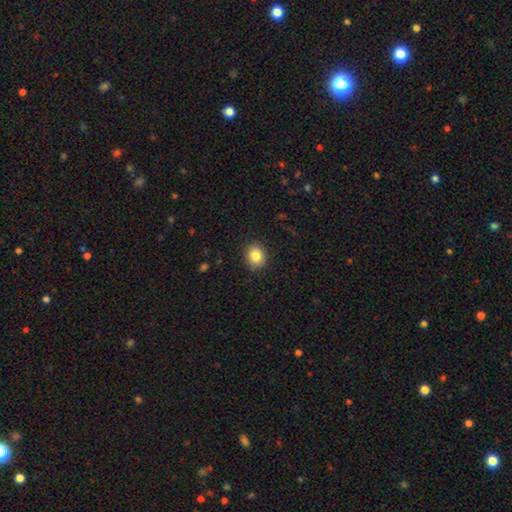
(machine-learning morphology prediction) smooth-or-featured: smooth: 84% | star or artifact: 10% | featured or disk: 6%
  how-rounded: round: 59% | in between: 40% | cigar-shaped: 1%
  merging: none: 89% | minor disturbance: 8% | major disturbance: 2% | merger: 1%